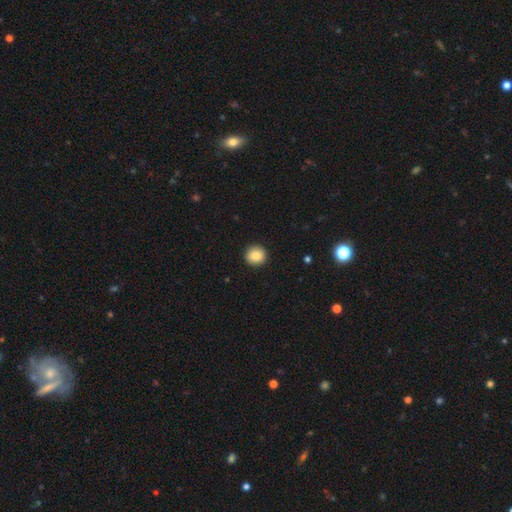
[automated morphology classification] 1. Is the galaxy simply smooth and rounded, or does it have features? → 86% smooth, 9% star or artifact, 5% featured or disk.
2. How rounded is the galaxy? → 94% round, 5% in between, 1% cigar-shaped.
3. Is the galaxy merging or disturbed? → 92% none, 5% minor disturbance, 2% major disturbance, 1% merger.